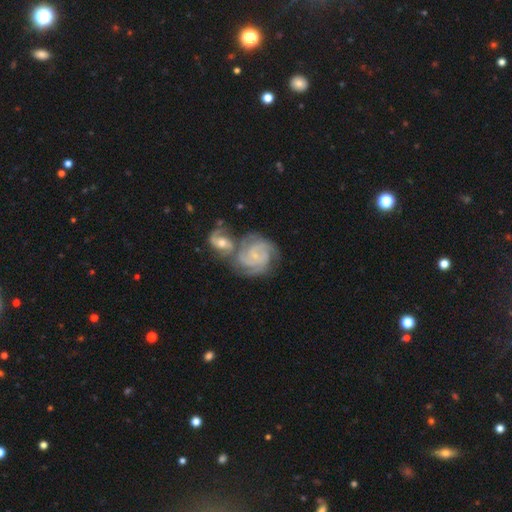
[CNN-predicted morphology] Smooth or featured?
  - featured or disk: 87% *
  - smooth: 8%
  - star or artifact: 5%
Edge-on disk?
  - no: 98% *
  - yes: 2%
Bar?
  - no: 65% *
  - weak: 28%
  - strong: 7%
Spiral arms?
  - yes: 97% *
  - no: 3%
Spiral winding?
  - tight: 63% *
  - medium: 31%
  - loose: 6%
Spiral arm count?
  - 3: 40% *
  - 2: 22%
  - can't tell: 16%
  - 4: 13%
  - more than 4: 5%
  - 1: 5%
Bulge size?
  - small: 75% *
  - moderate: 18%
  - none: 4%
  - large: 1%
  - dominant: 1%
Merging?
  - merger: 55% *
  - none: 29%
  - minor disturbance: 11%
  - major disturbance: 5%